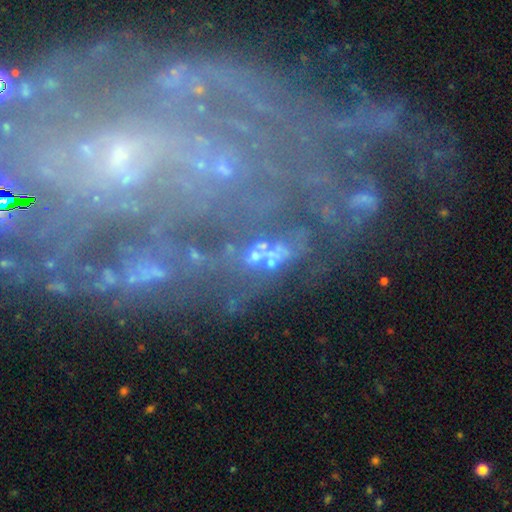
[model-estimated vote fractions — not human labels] This appears to be a featured or disk galaxy (43%). Merging: none (42%).